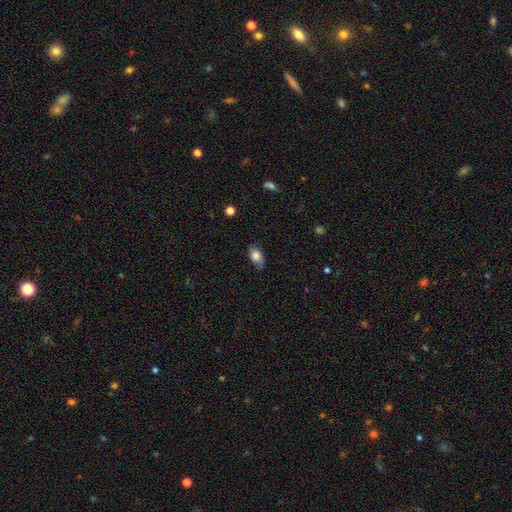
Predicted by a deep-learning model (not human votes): The model was most divided on "merging": none: 70%, minor disturbance: 23%, major disturbance: 5%, merger: 1%. More confident: how rounded — in between (84%); smooth or featured — smooth (73%).